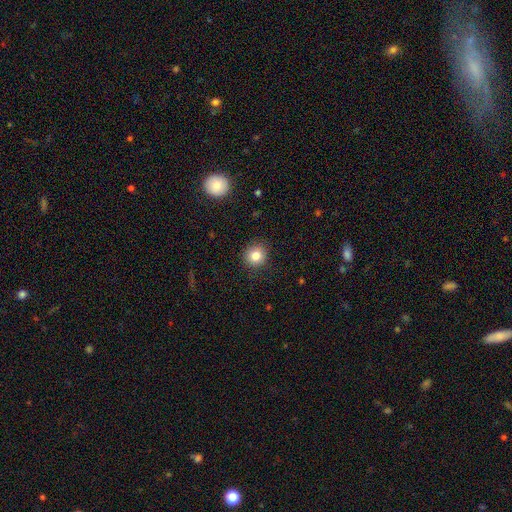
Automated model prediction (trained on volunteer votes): Smooth or featured? Predicted: smooth (p=0.83). How rounded? Predicted: round (p=0.90). Merging? Predicted: none (p=0.89).